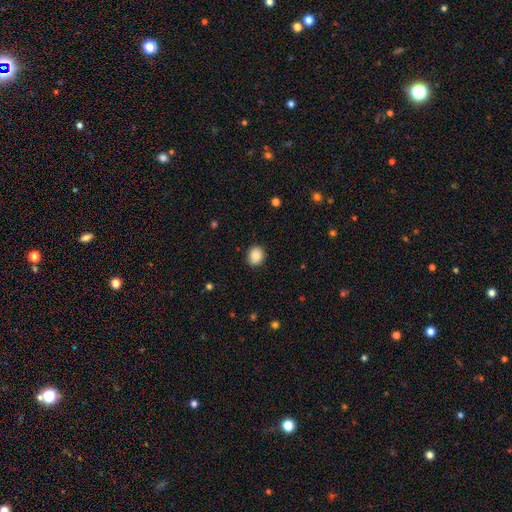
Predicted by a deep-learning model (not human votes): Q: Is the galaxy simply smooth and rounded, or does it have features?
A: smooth — 88%.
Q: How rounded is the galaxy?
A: round — 72%.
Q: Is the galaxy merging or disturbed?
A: none — 88%.